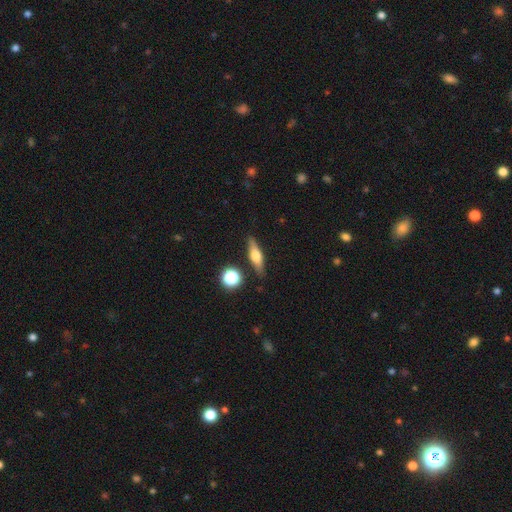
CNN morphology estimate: The model was most divided on "smooth or featured": featured or disk: 47%, smooth: 45%, star or artifact: 8%. More confident: merging — none (85%).